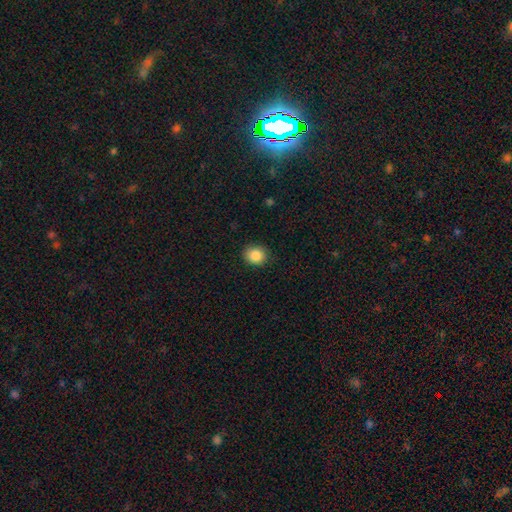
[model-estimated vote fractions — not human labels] Q: Smooth or featured?
A: smooth (87%); runner-up: star or artifact (9%)
Q: How rounded?
A: round (77%); runner-up: in between (22%)
Q: Merging?
A: none (88%); runner-up: minor disturbance (9%)